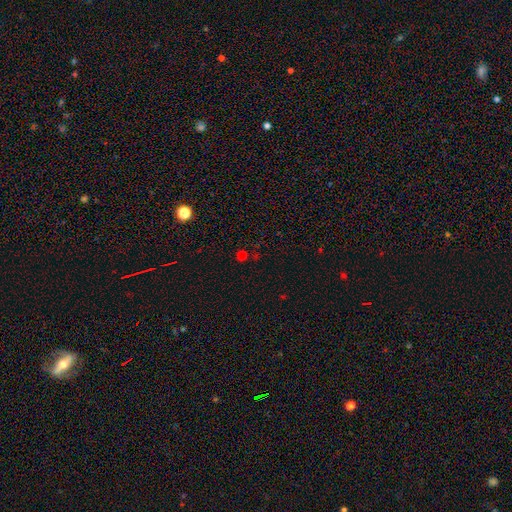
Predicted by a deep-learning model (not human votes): Smooth or featured: smooth — 53% (star or artifact — 41%)
How rounded: round — 88% (in between — 11%)
Merging: none — 80% (minor disturbance — 9%)